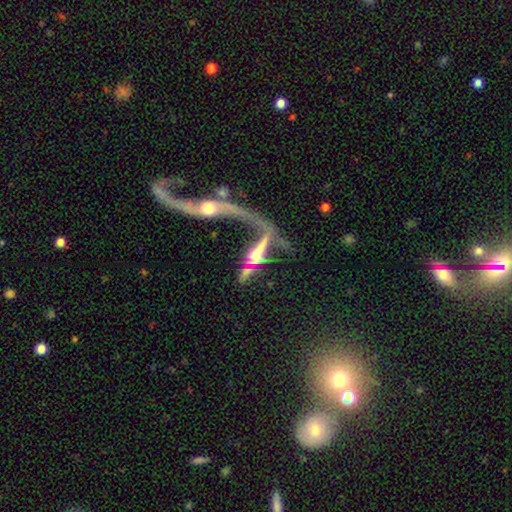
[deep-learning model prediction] Smooth or featured? Predicted: featured or disk (p=0.64). Edge-on disk? Predicted: no (p=0.51). Merging? Predicted: merger (p=0.51).